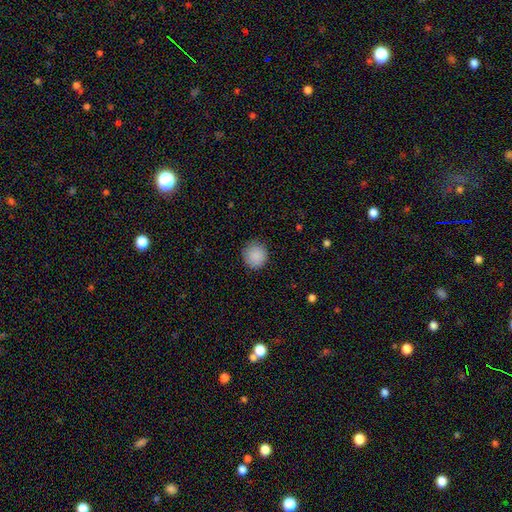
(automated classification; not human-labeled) smooth_or_featured: smooth (p=0.89) [alt: star or artifact p=0.08]
how_rounded: round (p=0.92) [alt: in between p=0.07]
merging: none (p=0.89) [alt: minor disturbance p=0.08]